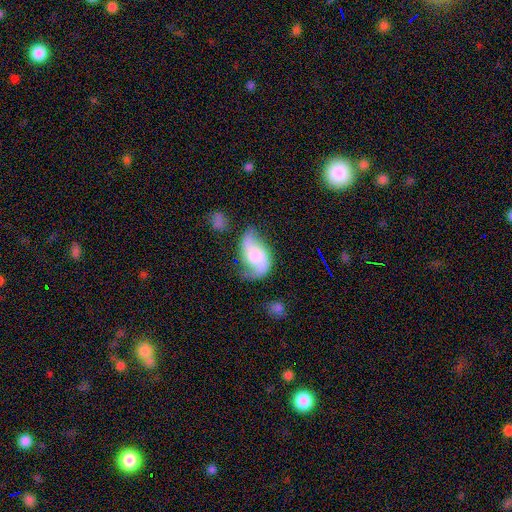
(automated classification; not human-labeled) A featured or disk galaxy (76%) with no bar (55%), 2 (89%) loose (62%) spiral arms (94%) and a moderate central bulge (32%). Merging: none (56%).